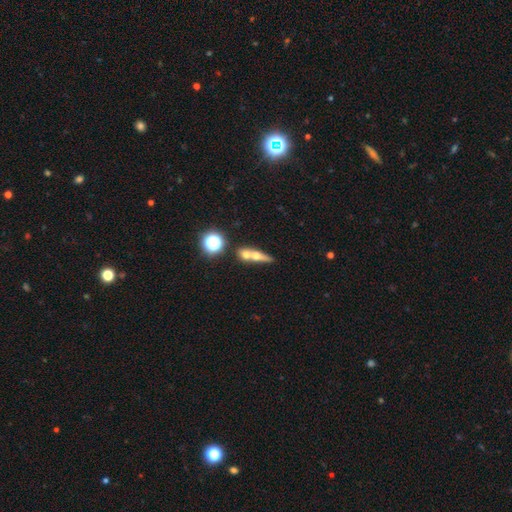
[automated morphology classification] A smooth galaxy with no disk features (50%) that is cigar-shaped (40%). Merging: merger (52%).